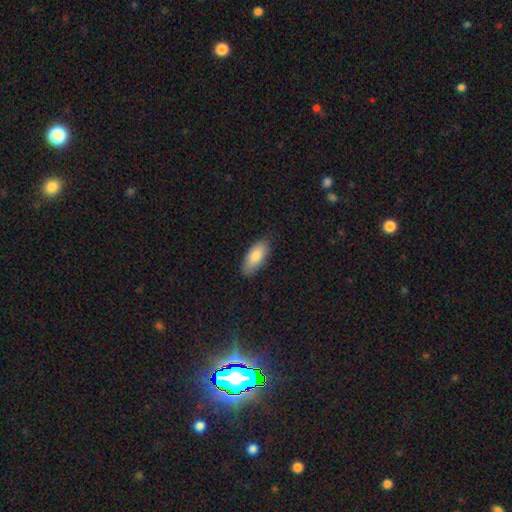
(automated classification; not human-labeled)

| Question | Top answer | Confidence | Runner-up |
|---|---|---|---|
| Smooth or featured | smooth | 84% | featured or disk (11%) |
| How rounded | in between | 85% | cigar-shaped (13%) |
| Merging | none | 83% | minor disturbance (13%) |